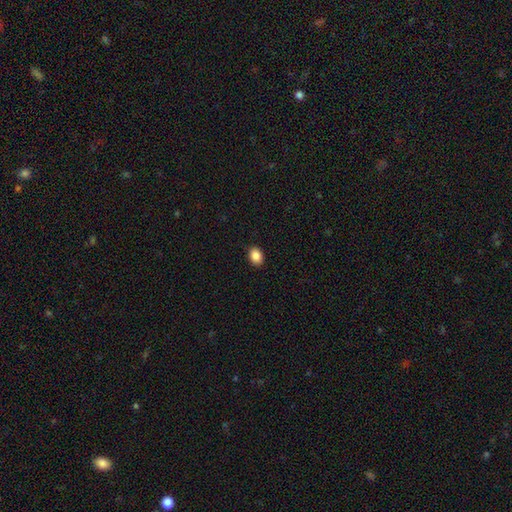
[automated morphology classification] The model was most divided on "how rounded": in between: 71%, round: 28%, cigar-shaped: 1%. More confident: merging — none (90%); smooth or featured — smooth (87%).